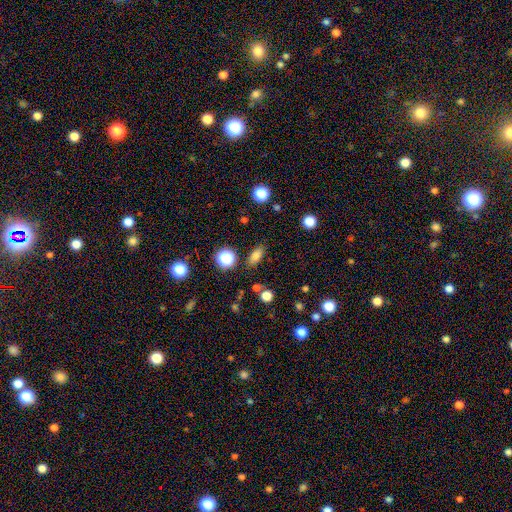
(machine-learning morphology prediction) Smooth or featured? Predicted: smooth (p=0.78). How rounded? Predicted: in between (p=0.77). Merging? Predicted: none (p=0.84).